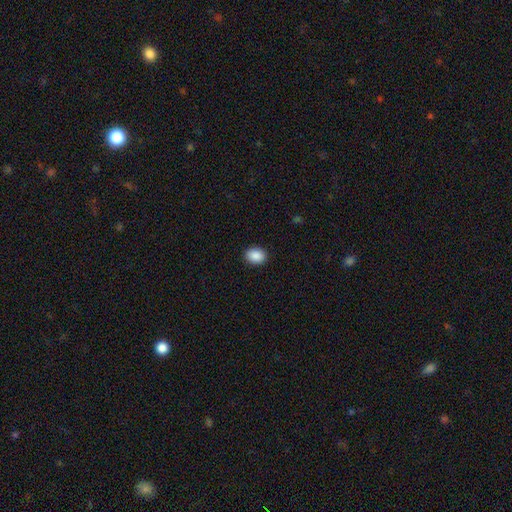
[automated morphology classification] Q: Smooth or featured?
A: smooth (90%); runner-up: star or artifact (7%)
Q: How rounded?
A: in between (66%); runner-up: round (33%)
Q: Merging?
A: none (90%); runner-up: minor disturbance (7%)